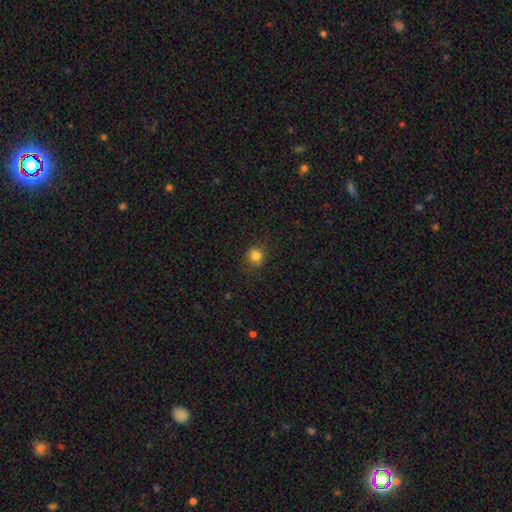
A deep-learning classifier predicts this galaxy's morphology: Smooth or featured? Predicted: smooth (p=0.82). How rounded? Predicted: round (p=0.81). Merging? Predicted: none (p=0.83).